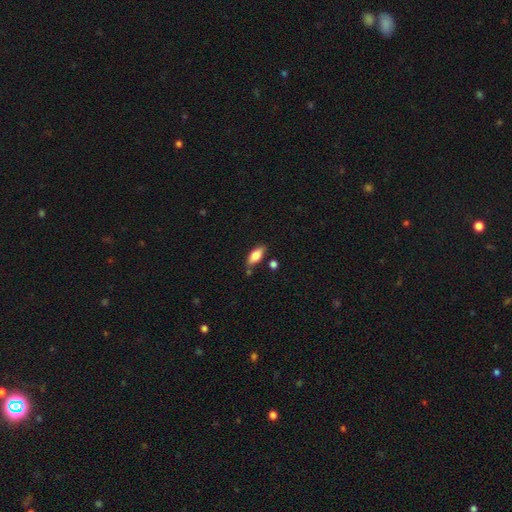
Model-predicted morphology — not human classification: smooth-or-featured: smooth: 78% | featured or disk: 15% | star or artifact: 7%
  how-rounded: in between: 83% | cigar-shaped: 14% | round: 3%
  merging: none: 78% | minor disturbance: 14% | merger: 5% | major disturbance: 3%